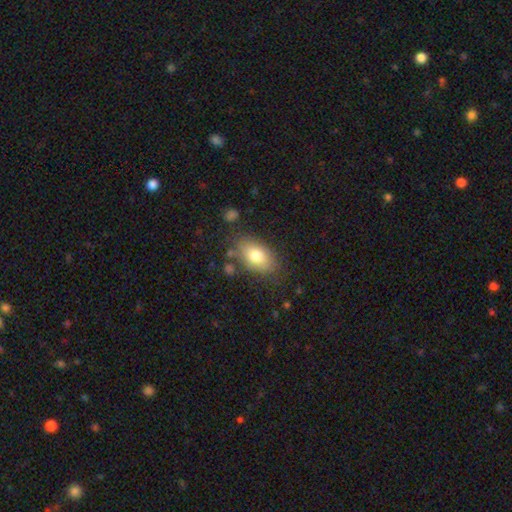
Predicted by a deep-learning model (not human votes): A smooth galaxy with no disk features (77%) that is in between round and cigar-shaped (88%). Merging: none (76%).